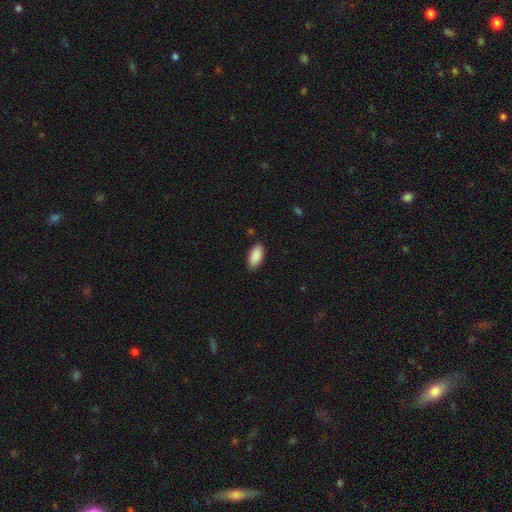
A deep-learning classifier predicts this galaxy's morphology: Overall: smooth (91%). How rounded: in between (93%). Merging: none (87%).